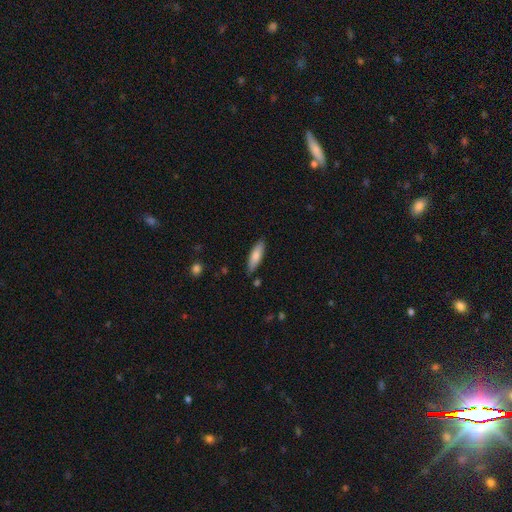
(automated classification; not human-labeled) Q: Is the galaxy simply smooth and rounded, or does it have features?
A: smooth — 77%.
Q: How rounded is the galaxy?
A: cigar-shaped — 58%.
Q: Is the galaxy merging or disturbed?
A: none — 85%.